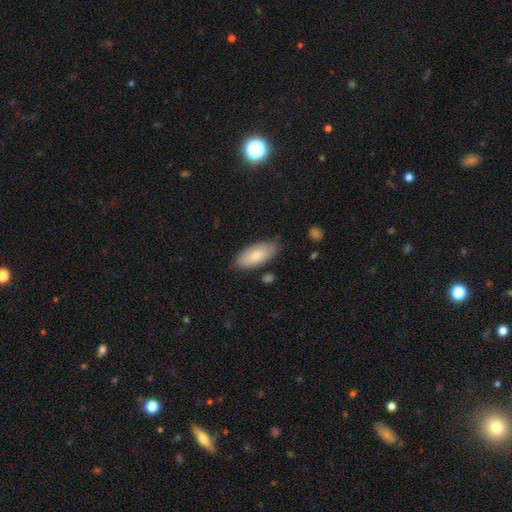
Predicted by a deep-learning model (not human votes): Overall: smooth (79%). How rounded: in between (90%). Merging: none (80%).